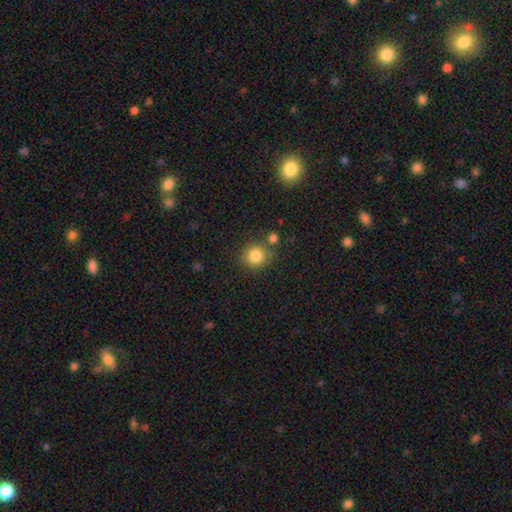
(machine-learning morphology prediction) Smooth or featured? Predicted: smooth (p=0.84). How rounded? Predicted: round (p=0.87). Merging? Predicted: none (p=0.74).